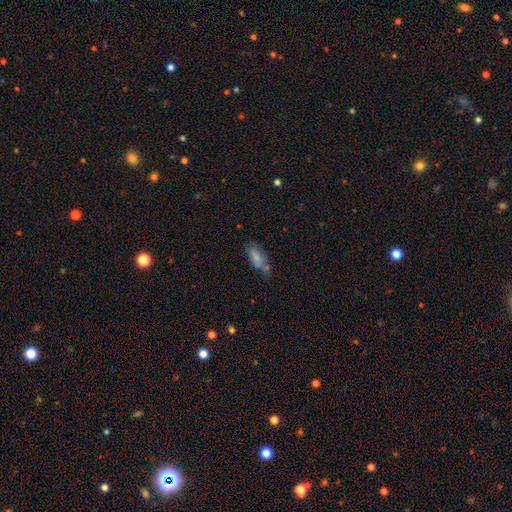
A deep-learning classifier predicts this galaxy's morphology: smooth 64%, featured or disk 21%, star or artifact 15%. Down the decision tree: how rounded — in between (61%); merging — none (58%).